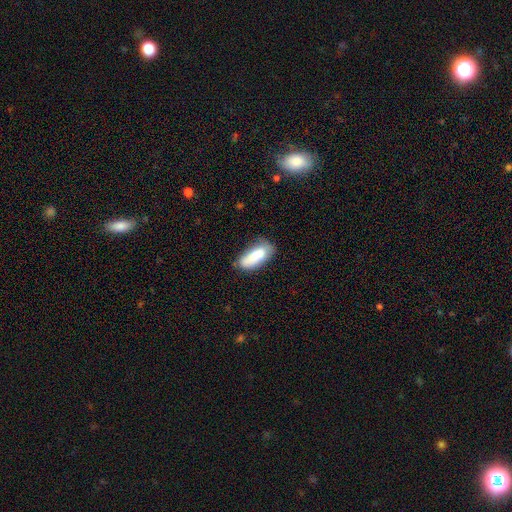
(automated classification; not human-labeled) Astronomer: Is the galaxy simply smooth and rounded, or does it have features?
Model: smooth — 80%.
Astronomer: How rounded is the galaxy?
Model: in between — 82%.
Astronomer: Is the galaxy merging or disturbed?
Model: none — 53% (runner-up: minor disturbance, 30%).